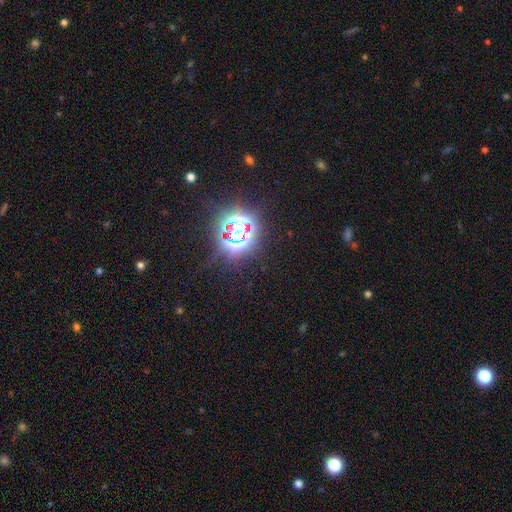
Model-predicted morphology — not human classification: Q: Smooth or featured?
A: star or artifact (74%); runner-up: smooth (20%)